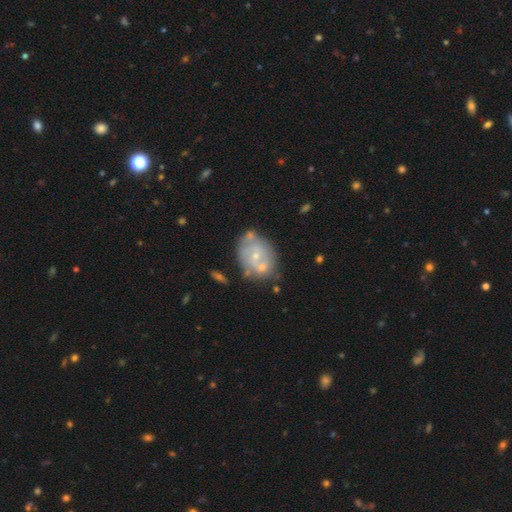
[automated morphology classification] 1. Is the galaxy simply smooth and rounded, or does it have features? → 59% featured or disk, 34% smooth, 7% star or artifact.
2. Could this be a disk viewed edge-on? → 97% no, 3% yes.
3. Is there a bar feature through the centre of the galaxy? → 76% no, 20% weak, 4% strong.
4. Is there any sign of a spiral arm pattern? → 51% no, 49% yes.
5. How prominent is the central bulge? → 68% small, 27% moderate, 3% none, 1% large, 1% dominant.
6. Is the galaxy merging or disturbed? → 45% none, 26% merger, 21% minor disturbance, 8% major disturbance.